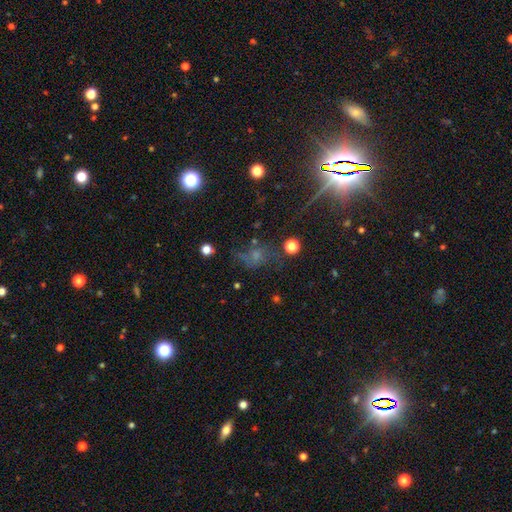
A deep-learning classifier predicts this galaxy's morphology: smooth-or-featured: star or artifact: 39% | smooth: 36% | featured or disk: 25%